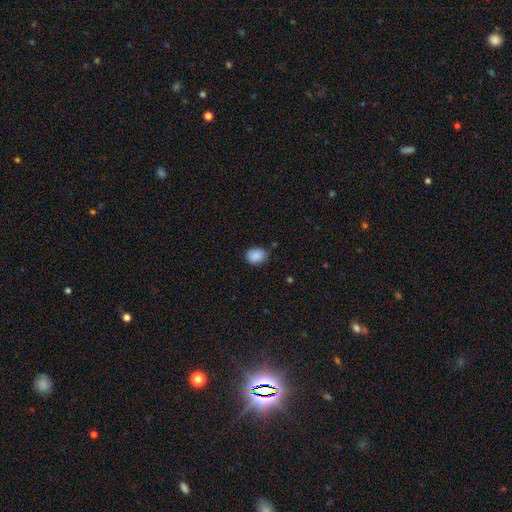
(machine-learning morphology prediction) type=smooth (88%); roundness=in between (61%); merging=none (73%).